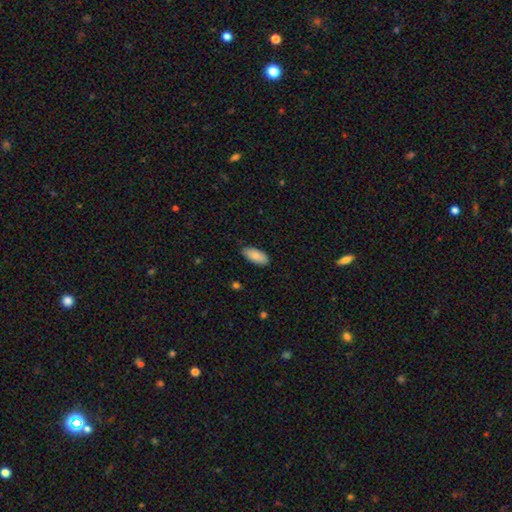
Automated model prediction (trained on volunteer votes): Smooth or featured?
  - smooth: 89% *
  - star or artifact: 6%
  - featured or disk: 6%
How rounded?
  - in between: 89% *
  - cigar-shaped: 10%
  - round: 2%
Merging?
  - none: 84% *
  - minor disturbance: 13%
  - major disturbance: 2%
  - merger: 1%